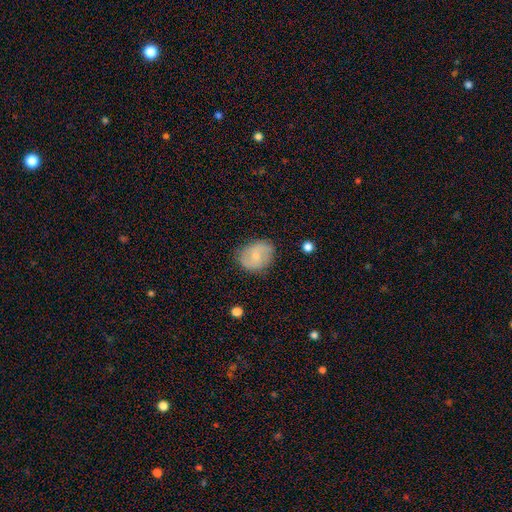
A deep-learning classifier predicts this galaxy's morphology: Smooth or featured? Predicted: smooth (p=0.53). How rounded? Predicted: round (p=0.51). Merging? Predicted: none (p=0.74).